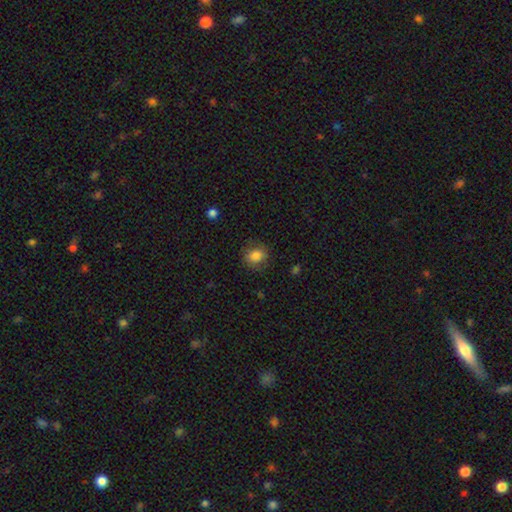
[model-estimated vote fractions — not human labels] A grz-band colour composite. It shows a smooth galaxy with no disk features (82%) that is round (61%). Merging: none (80%).